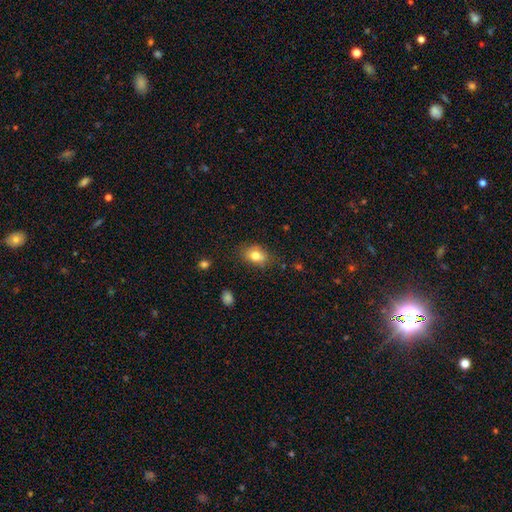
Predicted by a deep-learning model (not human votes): Smooth or featured? Predicted: smooth (p=0.80). How rounded? Predicted: in between (p=0.74). Merging? Predicted: none (p=0.76).